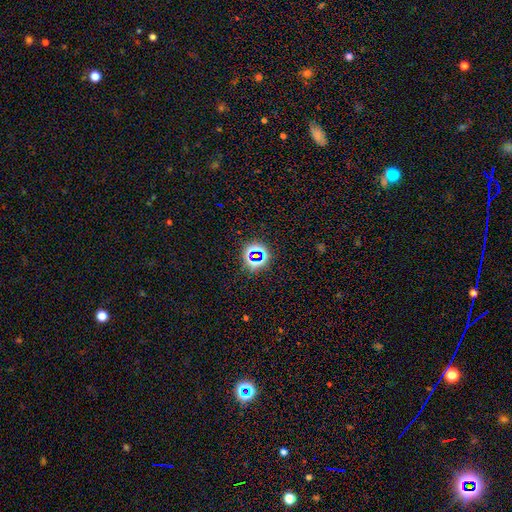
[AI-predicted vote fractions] This appears to be a star or artifact, not a galaxy (71%).